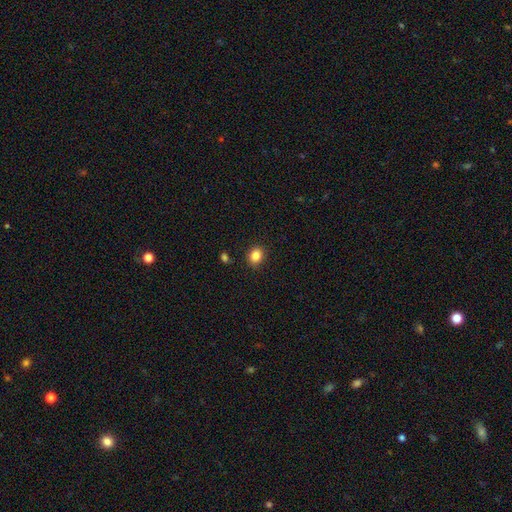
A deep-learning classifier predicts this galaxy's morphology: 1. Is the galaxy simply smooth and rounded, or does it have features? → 84% smooth, 11% star or artifact, 5% featured or disk.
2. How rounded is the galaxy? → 57% round, 42% in between, 1% cigar-shaped.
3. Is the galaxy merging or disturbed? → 88% none, 8% minor disturbance, 2% major disturbance, 2% merger.